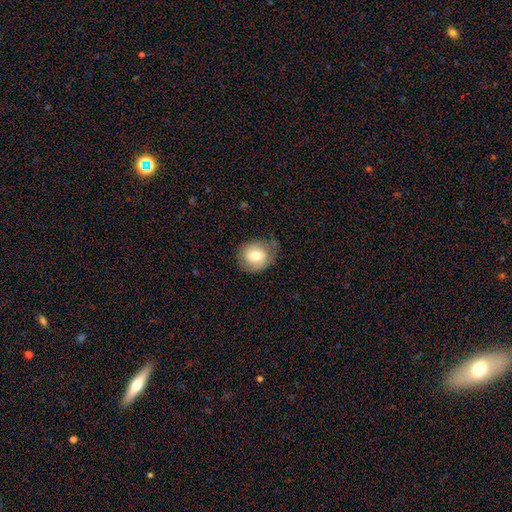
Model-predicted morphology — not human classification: This is likely a smooth galaxy (72%). How rounded: likely round (75%). Merging: likely none (67%).